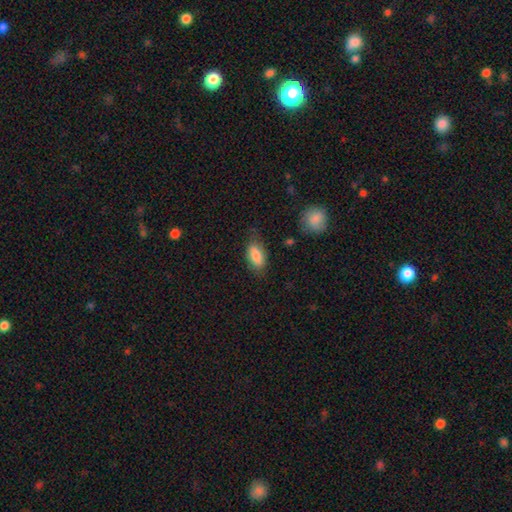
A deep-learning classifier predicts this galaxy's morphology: smooth 84%, featured or disk 10%, star or artifact 7%. Down the decision tree: how rounded — in between (89%); merging — none (72%).